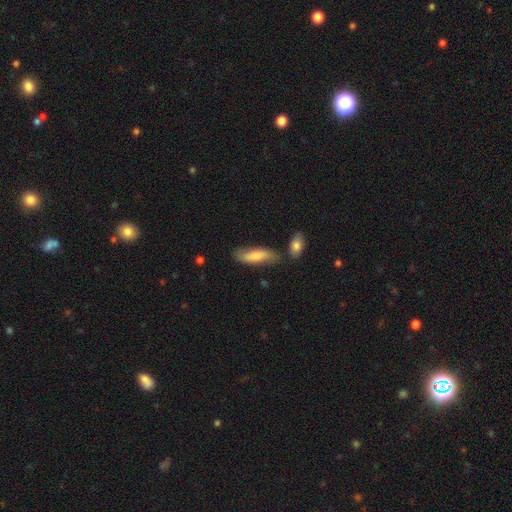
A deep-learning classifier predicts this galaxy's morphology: smooth_or_featured: smooth (p=0.58) [alt: featured or disk p=0.34]
how_rounded: cigar-shaped (p=0.50) [alt: in between p=0.48]
merging: none (p=0.73) [alt: minor disturbance p=0.16]